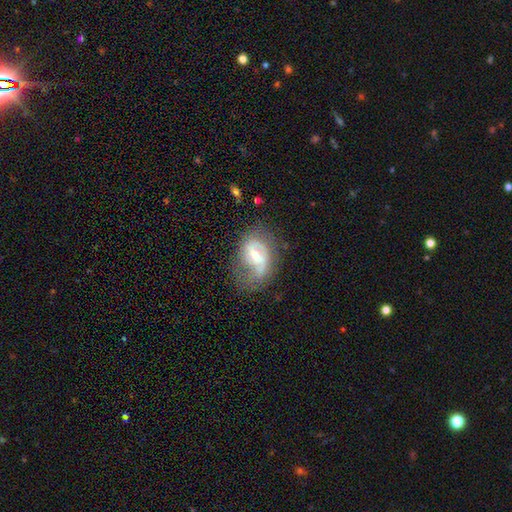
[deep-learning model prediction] smooth-or-featured: featured or disk: 69% | smooth: 23% | star or artifact: 8%
  disk-edge-on: no: 94% | yes: 6%
    bar: strong: 43% | weak: 41% | no: 16%
    has-spiral-arms: yes: 65% | no: 35%
    bulge-size: moderate: 47% (tied) | small: 47% (tied) | large: 4% | none: 2% | dominant: 1%
  merging: none: 42% | minor disturbance: 28% | major disturbance: 27% | merger: 3%